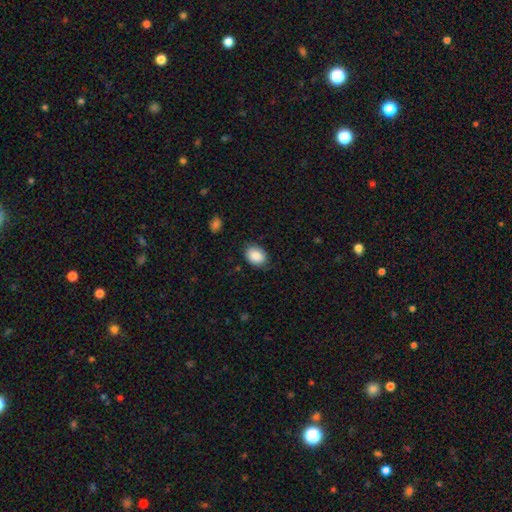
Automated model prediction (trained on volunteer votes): smooth_or_featured: smooth (p=0.88) [alt: star or artifact p=0.07]
how_rounded: in between (p=0.72) [alt: round p=0.27]
merging: none (p=0.81) [alt: minor disturbance p=0.15]